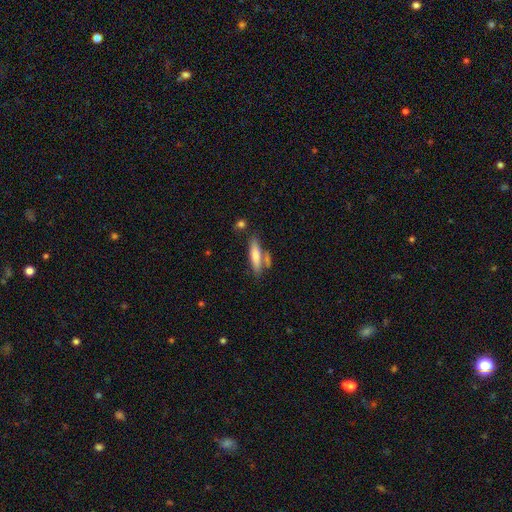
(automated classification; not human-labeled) The model was most divided on "merging": none: 62%, merger: 19%, minor disturbance: 14%, major disturbance: 4%. More confident: how rounded — cigar-shaped (72%); smooth or featured — smooth (70%).